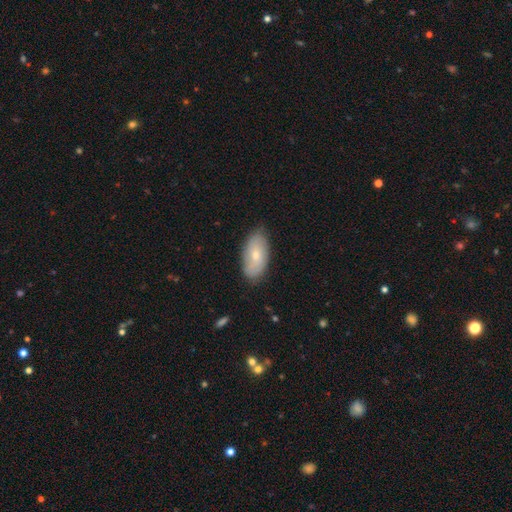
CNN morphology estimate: Smooth or featured? Predicted: smooth (p=0.66). How rounded? Predicted: in between (p=0.93). Merging? Predicted: none (p=0.79).